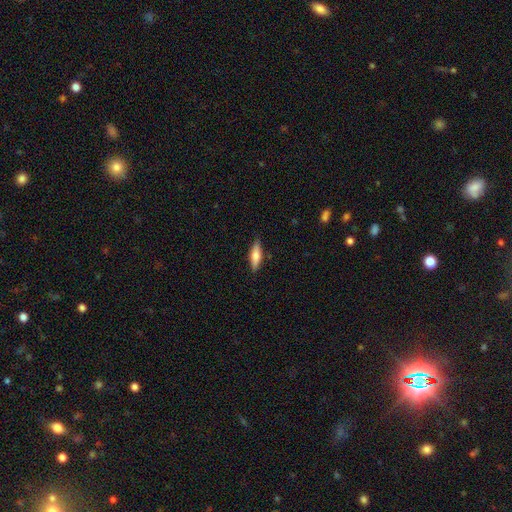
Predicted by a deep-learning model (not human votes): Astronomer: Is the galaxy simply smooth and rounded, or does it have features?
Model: smooth — 65%.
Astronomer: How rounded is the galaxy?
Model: cigar-shaped — 58% (runner-up: in between, 40%).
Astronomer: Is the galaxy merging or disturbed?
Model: none — 87%.